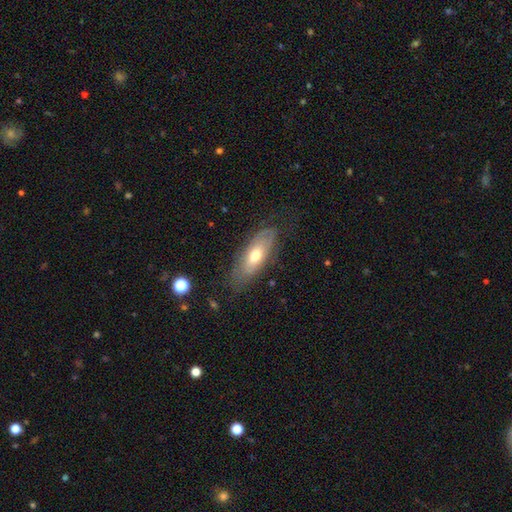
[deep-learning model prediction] Smooth or featured? Predicted: smooth (p=0.52). How rounded? Predicted: in between (p=0.79). Merging? Predicted: none (p=0.73).